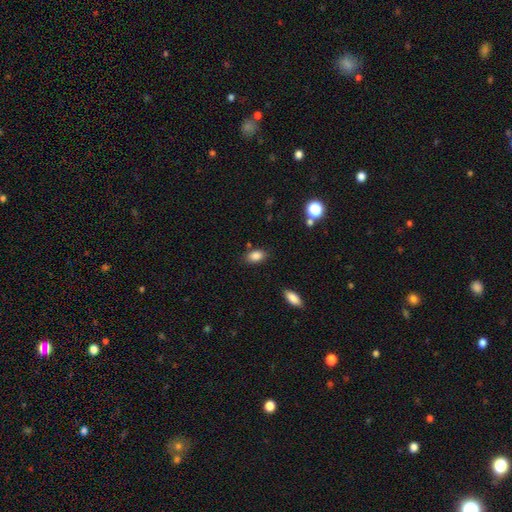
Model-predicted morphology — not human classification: smooth_or_featured: smooth (p=0.86) [alt: star or artifact p=0.09]
how_rounded: in between (p=0.87) [alt: round p=0.11]
merging: none (p=0.82) [alt: minor disturbance p=0.12]